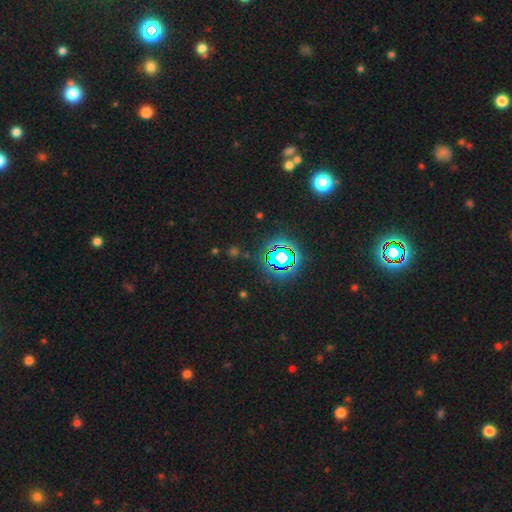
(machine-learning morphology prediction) A star or artifact, not a galaxy (78%).

Vote fractions:
- Smooth or featured? star or artifact: 78% / smooth: 13% / featured or disk: 8%